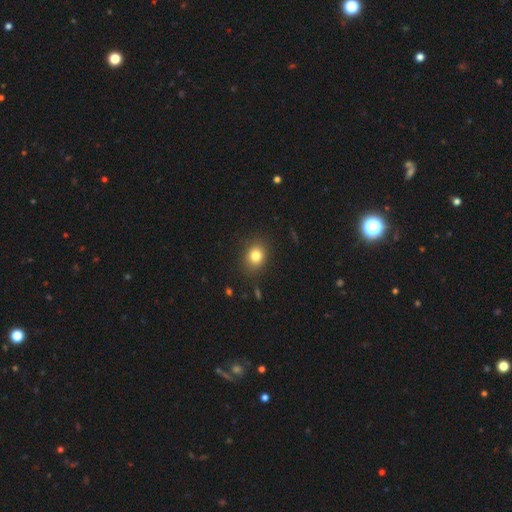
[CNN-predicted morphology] smooth 81%, star or artifact 11%, featured or disk 7%. Down the decision tree: how rounded — round (59%); merging — none (86%).